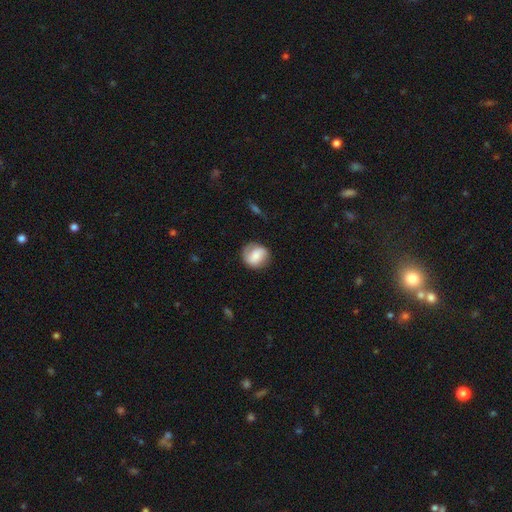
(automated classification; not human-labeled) Q: Smooth or featured?
A: smooth (52%); runner-up: featured or disk (40%)
Q: How rounded?
A: round (80%); runner-up: in between (19%)
Q: Merging?
A: none (75%); runner-up: minor disturbance (17%)